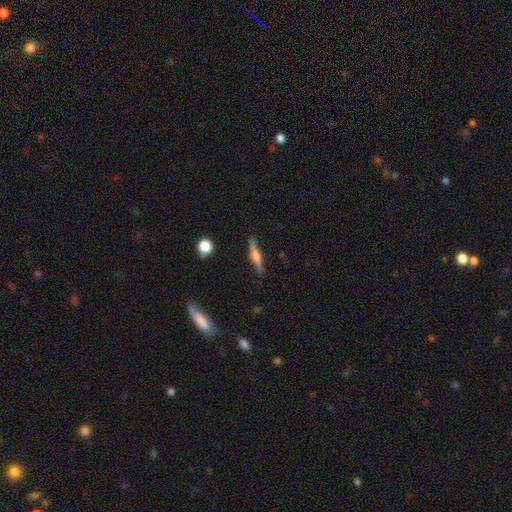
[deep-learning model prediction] A featured or disk galaxy (61%) viewed edge-on (96%) with a rounded central bulge (81%).

Vote fractions:
- Smooth or featured? featured or disk: 61% / smooth: 32% / star or artifact: 7%
- Edge-on disk? yes: 96% / no: 4%
- Edge-on bulge? rounded: 81% / boxy: 13% / none: 6%
- Merging? none: 87% / minor disturbance: 9% / major disturbance: 2% / merger: 1%